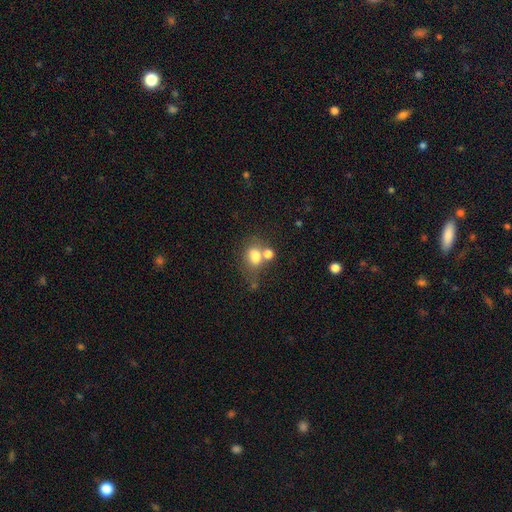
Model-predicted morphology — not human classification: The model was most divided on "merging": merger: 41%, none: 38%, minor disturbance: 13%, major disturbance: 8%. More confident: smooth or featured — smooth (74%); how rounded — in between (57%).